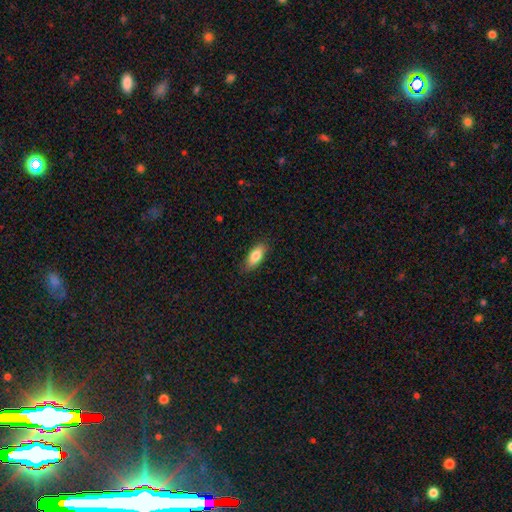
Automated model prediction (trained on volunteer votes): A smooth galaxy with no disk features (81%) that is in between round and cigar-shaped (79%). Merging: none (84%).